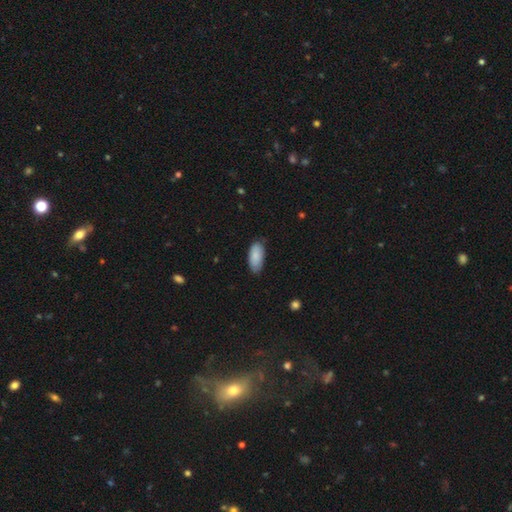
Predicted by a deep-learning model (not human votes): A smooth galaxy with no disk features (86%) that is in between round and cigar-shaped (91%). Merging: none (76%).